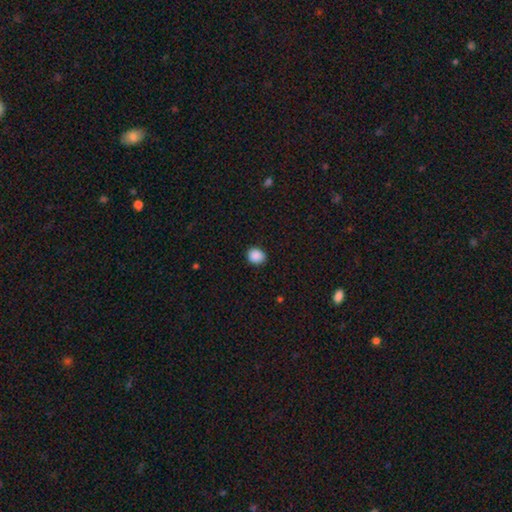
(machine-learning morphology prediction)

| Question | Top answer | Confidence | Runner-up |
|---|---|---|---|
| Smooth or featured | smooth | 89% | star or artifact (9%) |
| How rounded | round | 66% | in between (33%) |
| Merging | none | 90% | minor disturbance (7%) |